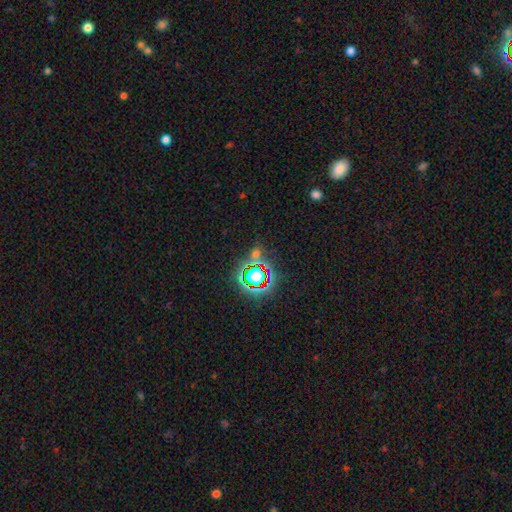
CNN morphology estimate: Smooth or featured: star or artifact — 71% (smooth — 19%)